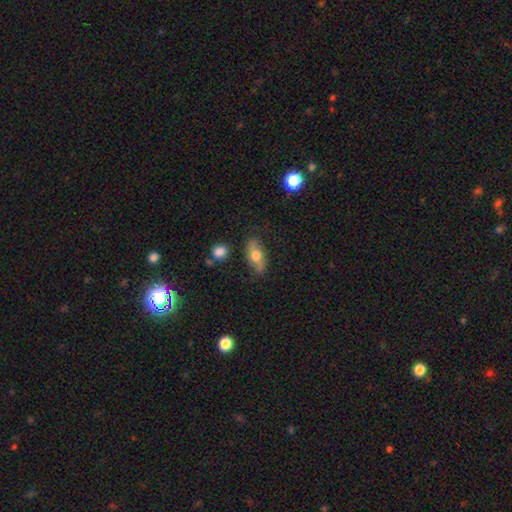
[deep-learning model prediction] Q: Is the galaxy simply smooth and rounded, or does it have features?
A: smooth — 56%.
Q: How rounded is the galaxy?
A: in between — 79%.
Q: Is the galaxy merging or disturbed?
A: none — 75%.